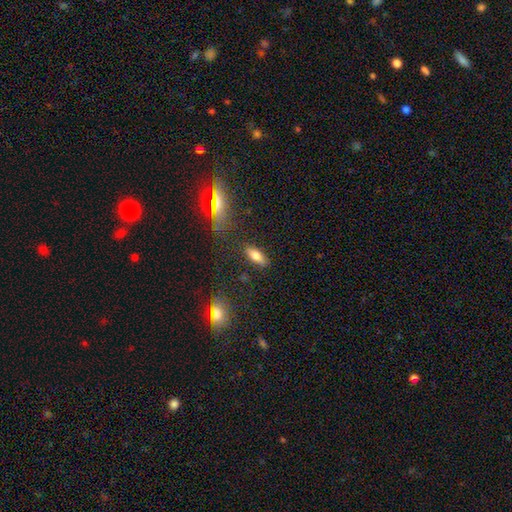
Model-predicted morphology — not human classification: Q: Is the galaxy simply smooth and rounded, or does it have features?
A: smooth — 69%.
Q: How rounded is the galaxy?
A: in between — 71%.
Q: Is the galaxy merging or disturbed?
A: none — 83%.